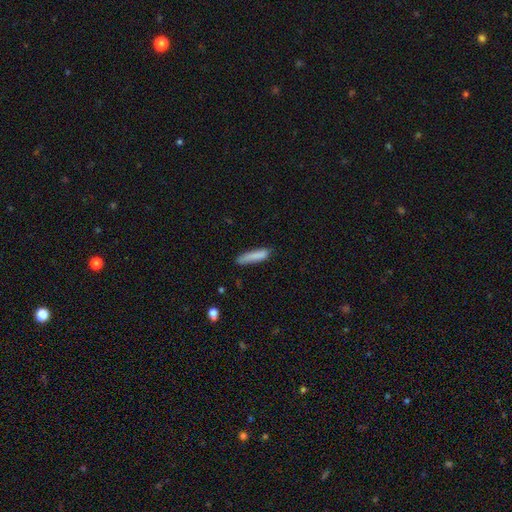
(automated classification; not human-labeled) smooth 83%, featured or disk 10%, star or artifact 7%. Down the decision tree: how rounded — cigar-shaped (83%); merging — none (74%).